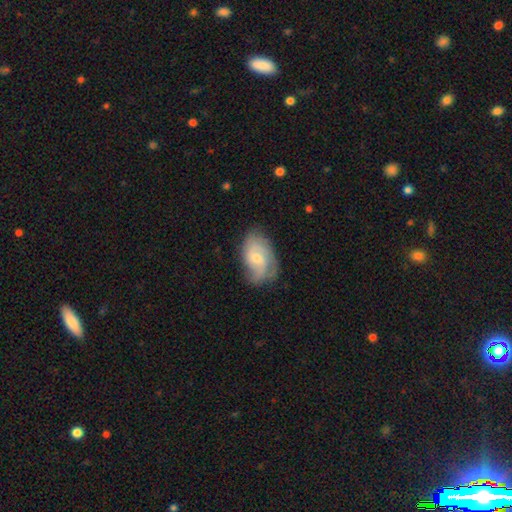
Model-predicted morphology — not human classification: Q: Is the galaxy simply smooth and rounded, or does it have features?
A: featured or disk — 64%.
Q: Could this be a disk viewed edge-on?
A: no — 96%.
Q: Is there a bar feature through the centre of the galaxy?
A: no — 58%.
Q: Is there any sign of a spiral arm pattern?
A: yes — 88%.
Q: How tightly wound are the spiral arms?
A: tight — 43%.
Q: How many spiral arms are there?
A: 2 — 36%.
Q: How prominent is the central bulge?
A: small — 47%, tied with moderate.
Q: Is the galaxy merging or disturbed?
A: none — 64%.